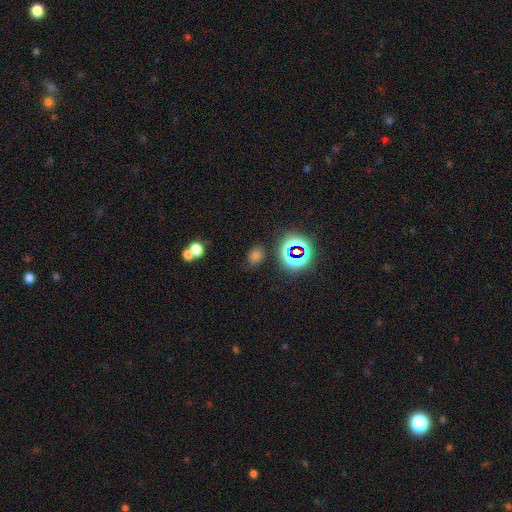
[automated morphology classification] type=smooth (51%); roundness=in between (51%); merging=none (74%).